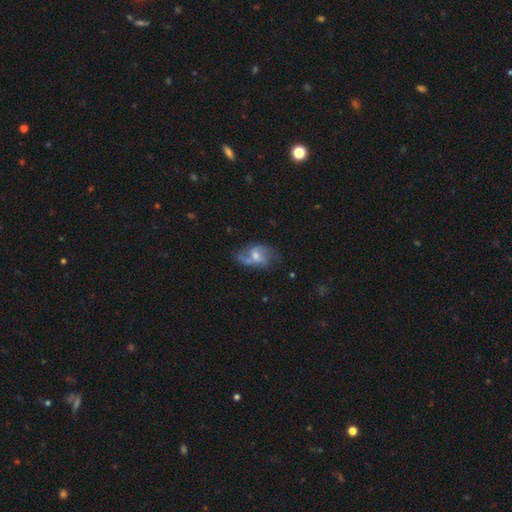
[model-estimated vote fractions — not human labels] smooth-or-featured: featured or disk: 63% | smooth: 29% | star or artifact: 8%
  disk-edge-on: no: 95% | yes: 5%
    bar: weak: 47% | no: 41% | strong: 12%
    has-spiral-arms: yes: 75% | no: 25%
    bulge-size: moderate: 56% | small: 31% | large: 7% | none: 5% | dominant: 1%
  merging: none: 45% | minor disturbance: 26% | major disturbance: 20% | merger: 9%